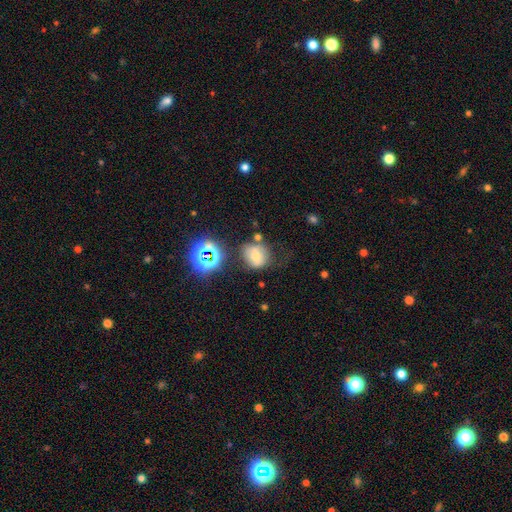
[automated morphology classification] Smooth or featured: smooth — 61% (featured or disk — 20%)
How rounded: round — 70% (in between — 29%)
Merging: none — 56% (minor disturbance — 23%)